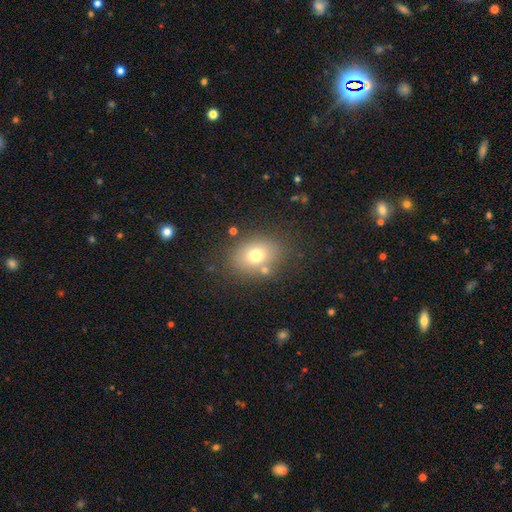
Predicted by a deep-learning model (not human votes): This appears to be a smooth galaxy with no disk features (71%) that is in between round and cigar-shaped (60%). Merging: none (75%).